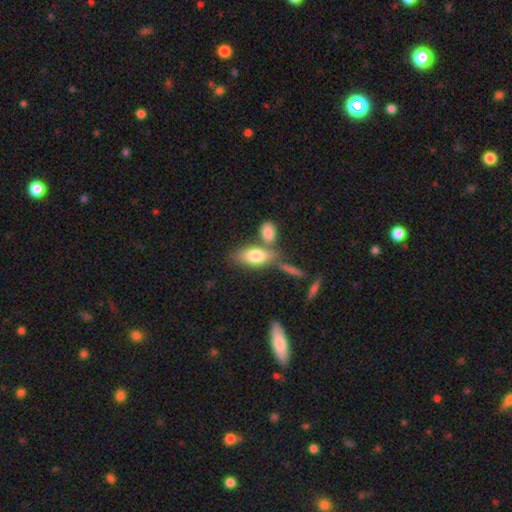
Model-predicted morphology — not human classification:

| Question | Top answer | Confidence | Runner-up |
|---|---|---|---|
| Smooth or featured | smooth | 73% | featured or disk (20%) |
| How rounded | in between | 81% | cigar-shaped (14%) |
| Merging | none | 53% | merger (29%) |